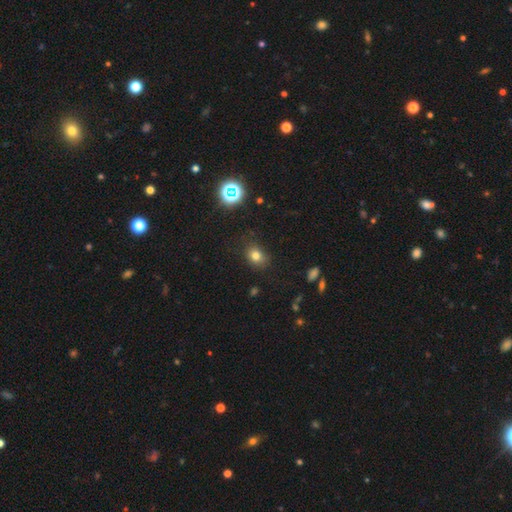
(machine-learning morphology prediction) This is likely a smooth galaxy (75%). How rounded: possibly round (50%). Merging: clearly none (80%).